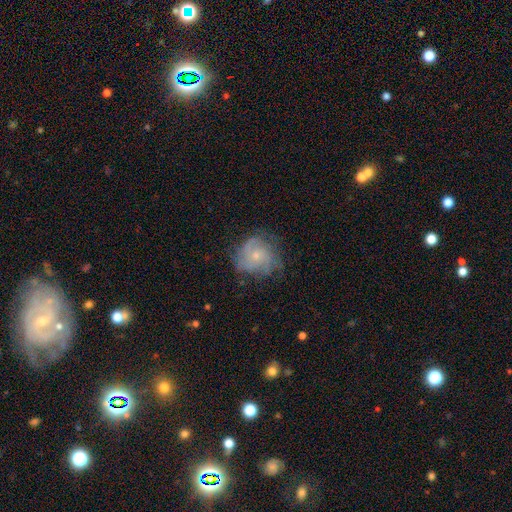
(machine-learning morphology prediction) Smooth or featured? Predicted: featured or disk (p=0.62). Edge-on disk? Predicted: no (p=0.98). Bar? Predicted: no (p=0.81). Spiral arms? Predicted: yes (p=0.86). Spiral winding? Predicted: tight (p=0.45). Spiral arm count? Predicted: can't tell (p=0.37). Bulge size? Predicted: small (p=0.69). Merging? Predicted: none (p=0.65).